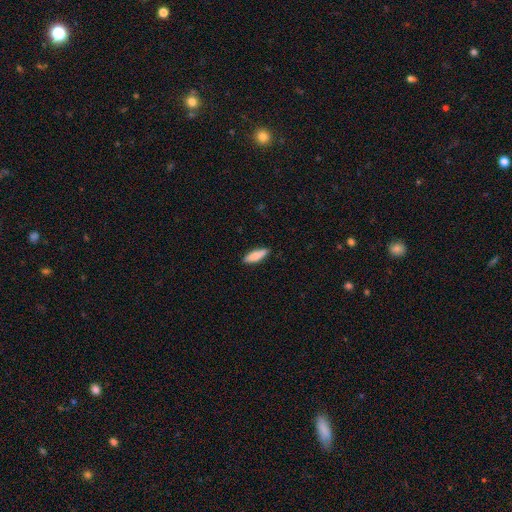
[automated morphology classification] A smooth galaxy with no disk features (81%) that is cigar-shaped (51%). Merging: none (87%).